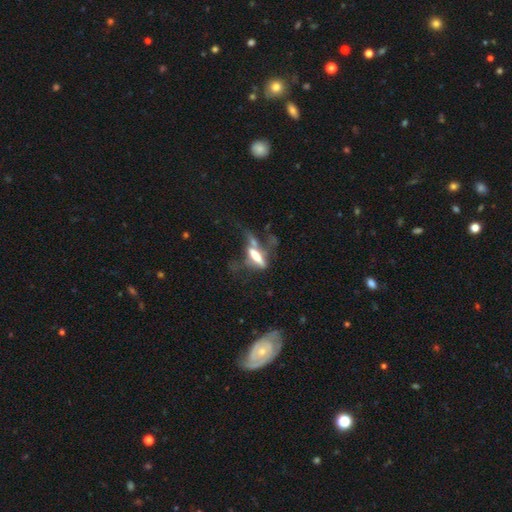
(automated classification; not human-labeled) Smooth or featured?
  - featured or disk: 51% *
  - smooth: 40%
  - star or artifact: 9%
Edge-on disk?
  - yes: 69% *
  - no: 31%
Merging?
  - major disturbance: 34% *
  - none: 26%
  - merger: 23%
  - minor disturbance: 17%